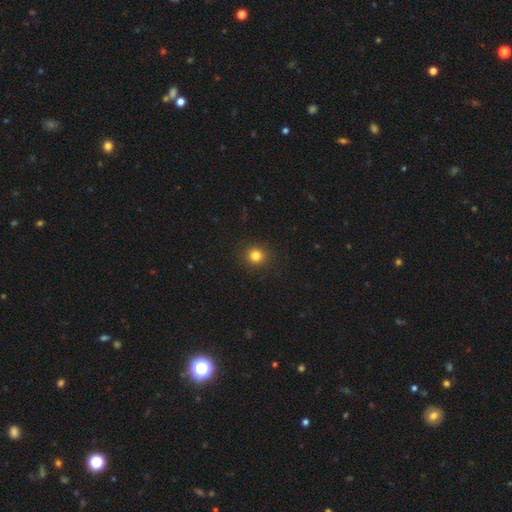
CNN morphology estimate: Overall: smooth (82%). How rounded: round (89%). Merging: none (91%).